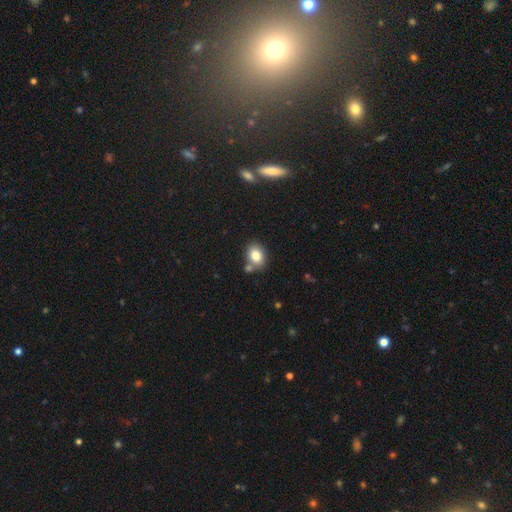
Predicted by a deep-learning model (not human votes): smooth-or-featured: smooth: 82% | star or artifact: 9% | featured or disk: 9%
  how-rounded: in between: 66% | round: 33% | cigar-shaped: 1%
  merging: none: 67% | merger: 17% | minor disturbance: 13% | major disturbance: 3%